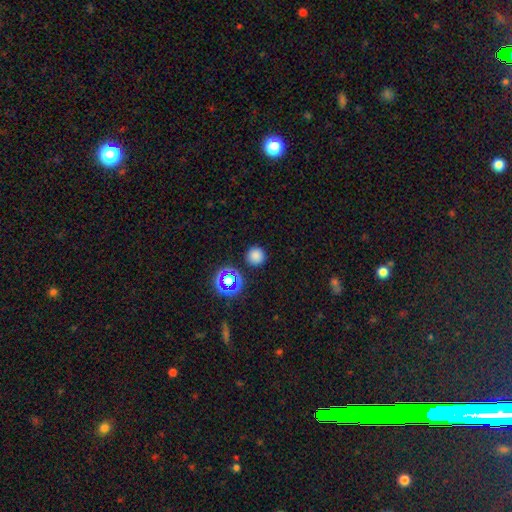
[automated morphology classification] smooth 76%, star or artifact 19%, featured or disk 5%. Down the decision tree: how rounded — round (95%); merging — none (89%).